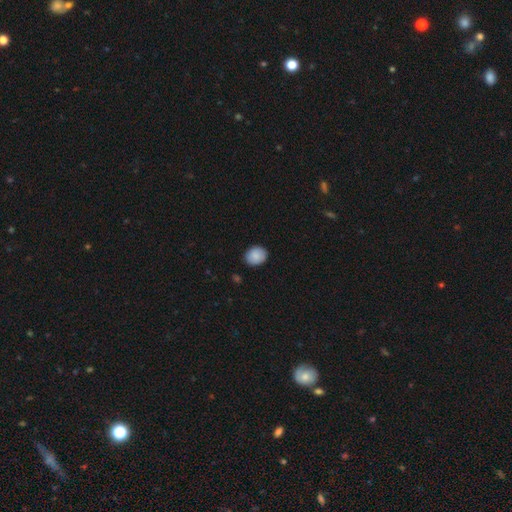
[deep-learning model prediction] smooth-or-featured: smooth: 89% | star or artifact: 7% | featured or disk: 4%
  how-rounded: round: 55% | in between: 44% | cigar-shaped: 1%
  merging: none: 87% | minor disturbance: 10% | major disturbance: 2% | merger: 1%